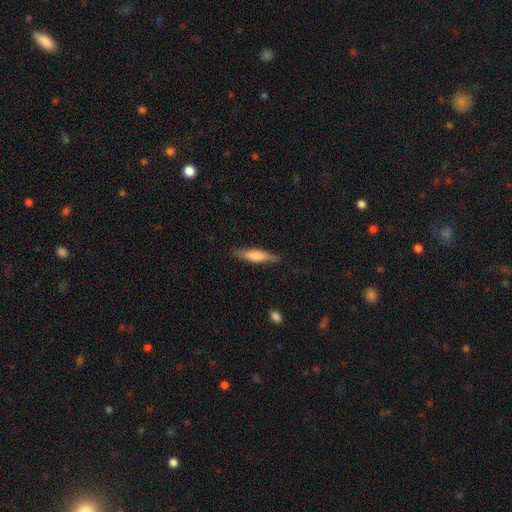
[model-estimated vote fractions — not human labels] Smooth or featured: smooth — 55% (featured or disk — 39%)
How rounded: cigar-shaped — 78% (in between — 20%)
Merging: none — 85% (minor disturbance — 11%)